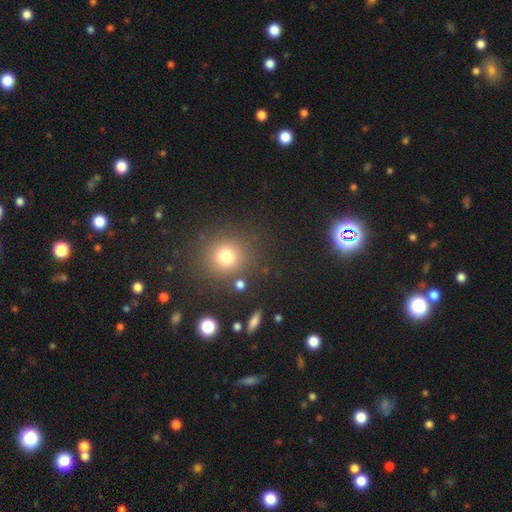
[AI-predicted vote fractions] Overall: smooth (52%; star or artifact 41%). How rounded: round (90%). Merging: none (88%).